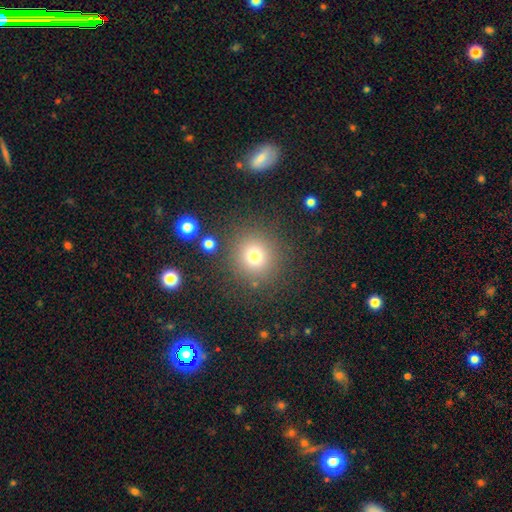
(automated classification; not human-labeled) smooth 57%, star or artifact 34%, featured or disk 8%. Down the decision tree: how rounded — round (92%); merging — none (87%).